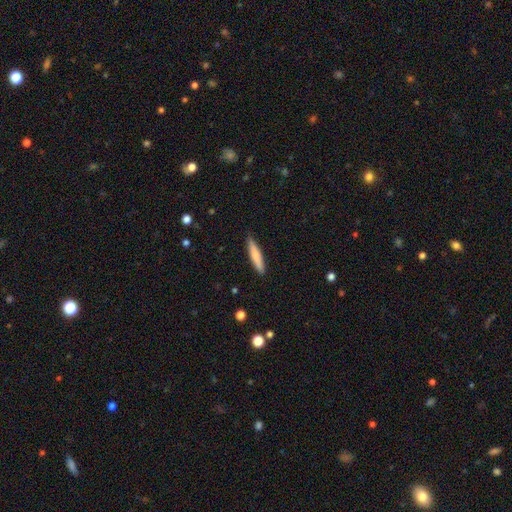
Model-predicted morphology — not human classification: The model was most divided on "smooth or featured": smooth: 74%, featured or disk: 21%, star or artifact: 5%. More confident: how rounded — cigar-shaped (89%); merging — none (89%).